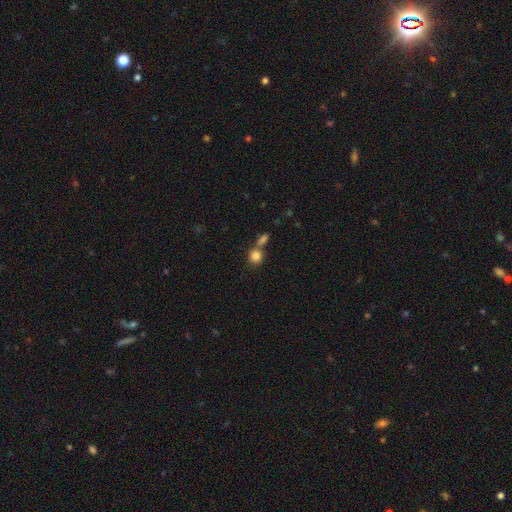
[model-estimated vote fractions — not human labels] This appears to be a smooth galaxy with no disk features (84%) that is round (82%). Merging: none (50%).